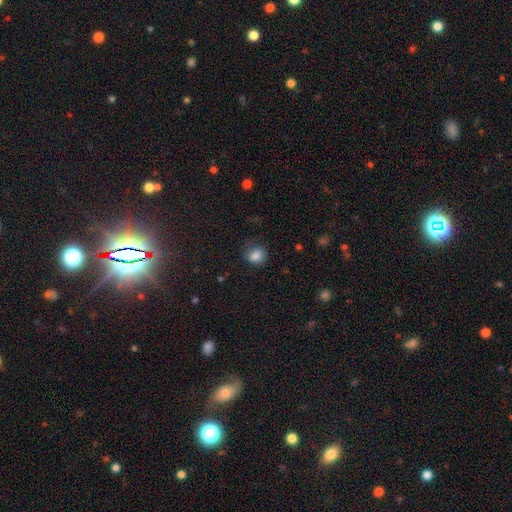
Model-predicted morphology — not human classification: smooth-or-featured: smooth: 83% | star or artifact: 10% | featured or disk: 7%
  how-rounded: round: 68% | in between: 31% | cigar-shaped: 1%
  merging: none: 64% | minor disturbance: 23% | major disturbance: 11% | merger: 2%